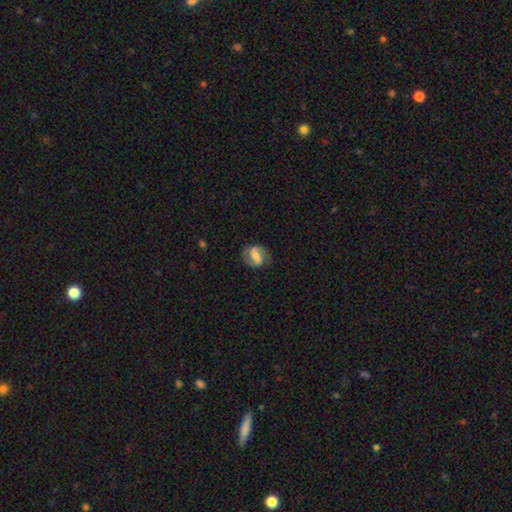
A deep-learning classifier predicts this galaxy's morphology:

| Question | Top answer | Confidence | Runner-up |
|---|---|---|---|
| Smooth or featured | featured or disk | 74% | smooth (19%) |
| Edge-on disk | no | 97% | yes (3%) |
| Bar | strong | 44% | weak (39%) |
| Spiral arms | yes | 92% | no (8%) |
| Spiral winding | medium | 49% | loose (29%) |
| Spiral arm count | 2 | 90% | can't tell (4%) |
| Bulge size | moderate | 43% | small (33%) |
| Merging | none | 79% | minor disturbance (14%) |